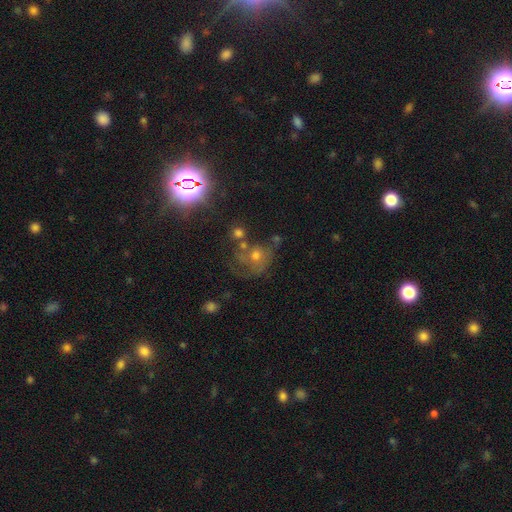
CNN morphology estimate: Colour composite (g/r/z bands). It shows a featured or disk galaxy (40%). Merging: none (39%).